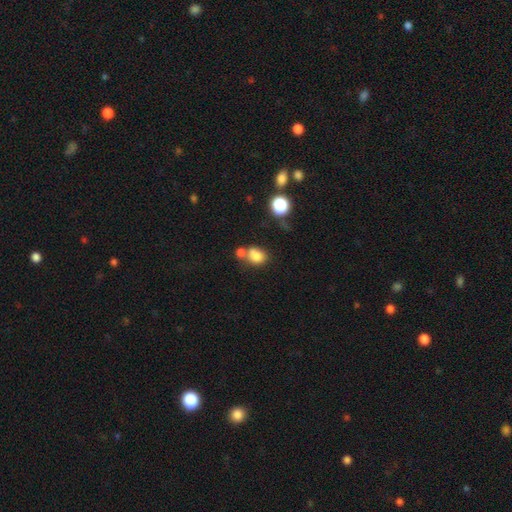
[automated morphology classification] A smooth galaxy with no disk features (79%) that is in between round and cigar-shaped (53%).

Vote fractions:
- Smooth or featured? smooth: 79% / star or artifact: 11% / featured or disk: 9%
- How rounded? in between: 53% / round: 46% / cigar-shaped: 1%
- Merging? merger: 41% / none: 40% / minor disturbance: 13% / major disturbance: 6%